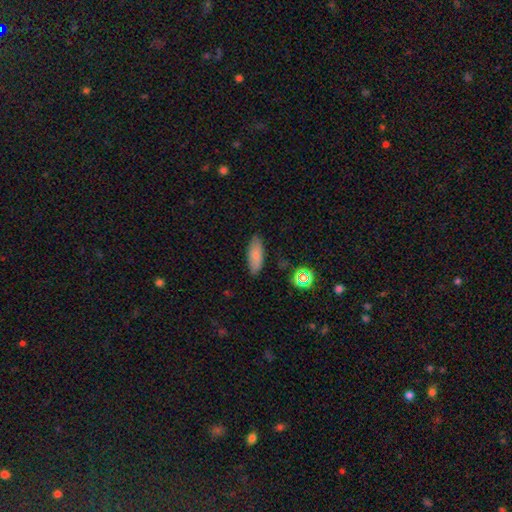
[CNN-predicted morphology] Smooth or featured: smooth — 80% (featured or disk — 12%)
How rounded: in between — 73% (cigar-shaped — 24%)
Merging: none — 83% (minor disturbance — 13%)